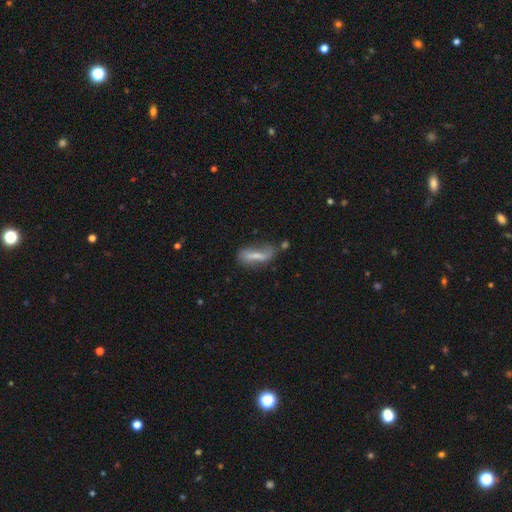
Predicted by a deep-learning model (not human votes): This is possibly a smooth galaxy (53%). How rounded: possibly in between (50%). Merging: possibly none (45%).